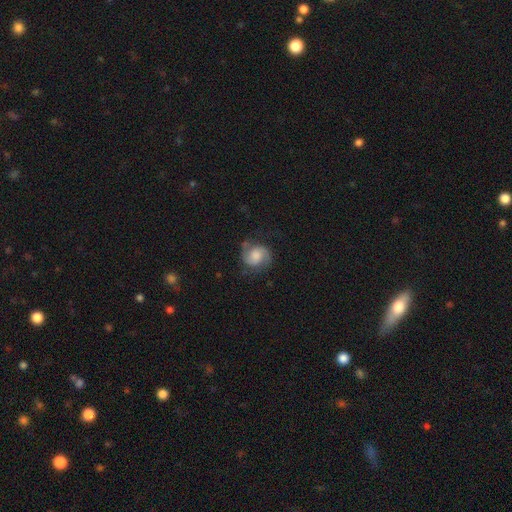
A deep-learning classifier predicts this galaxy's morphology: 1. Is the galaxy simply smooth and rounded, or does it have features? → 70% featured or disk, 22% smooth, 8% star or artifact.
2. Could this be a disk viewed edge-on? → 98% no, 2% yes.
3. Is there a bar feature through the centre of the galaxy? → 60% no, 34% weak, 6% strong.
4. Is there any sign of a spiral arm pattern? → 95% yes, 5% no.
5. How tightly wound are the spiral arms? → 50% medium, 26% tight, 24% loose.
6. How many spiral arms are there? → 90% 2, 4% can't tell, 2% 1, 1% 3, 1% 4, 1% more than 4.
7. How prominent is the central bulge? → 32% moderate, 25% large, 20% small, 19% none, 4% dominant.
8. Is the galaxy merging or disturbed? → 73% none, 17% minor disturbance, 8% major disturbance, 1% merger.